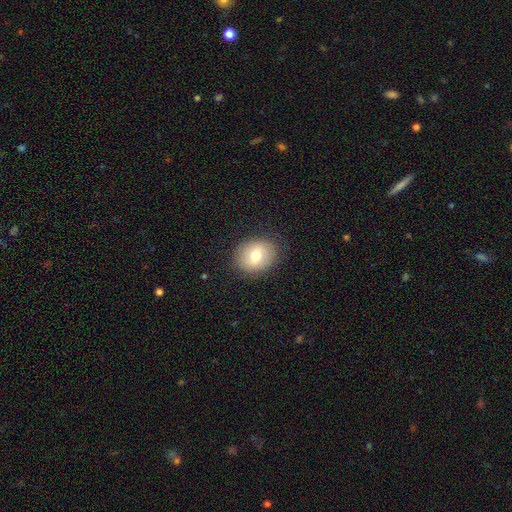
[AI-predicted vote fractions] Smooth or featured?
  - smooth: 72% *
  - featured or disk: 18%
  - star or artifact: 9%
How rounded?
  - round: 50% *
  - in between: 49%
  - cigar-shaped: 1%
Merging?
  - none: 85% *
  - minor disturbance: 11%
  - major disturbance: 3%
  - merger: 1%